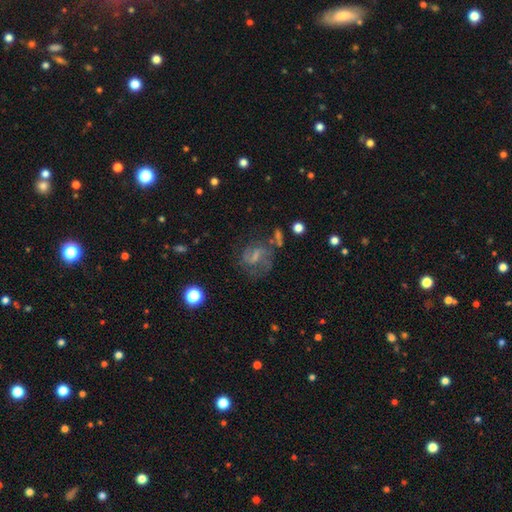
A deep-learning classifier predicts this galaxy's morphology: Overall: featured or disk (64%). Edge-on disk: no (97%). Bar: weak (50%; no 25%). Spiral arms: yes (81%). Spiral arm count: 2 (66%). Spiral winding: medium (47%; loose 30%). Bulge size: small (39%; none 36%). Merging: none (55%; major disturbance 21%).